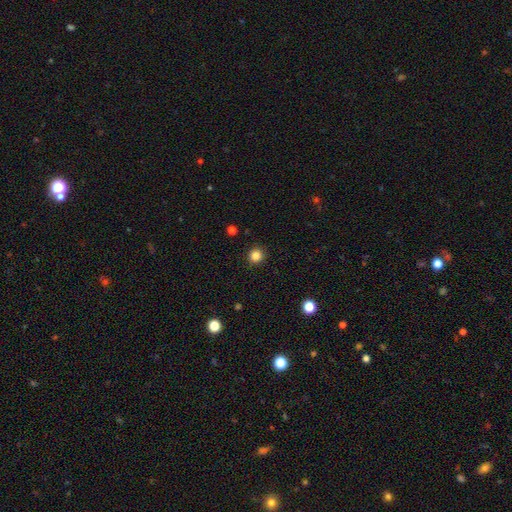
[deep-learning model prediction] Smooth or featured? smooth (84%)
How rounded? round (94%)
Merging? none (93%)